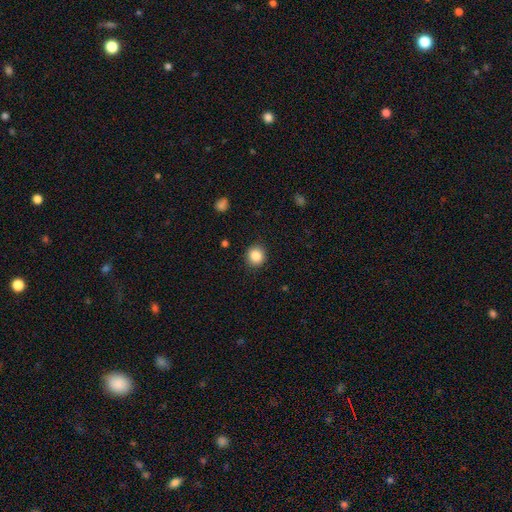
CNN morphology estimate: smooth 86%, star or artifact 10%, featured or disk 4%. Down the decision tree: how rounded — round (88%); merging — none (90%).